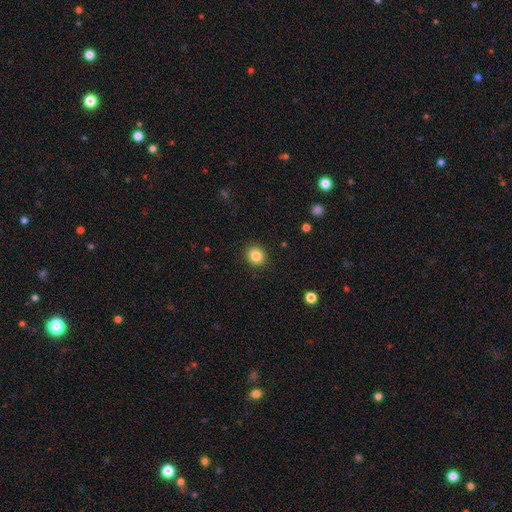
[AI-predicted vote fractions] smooth 85%, star or artifact 10%, featured or disk 5%. Down the decision tree: how rounded — round (83%); merging — none (91%).